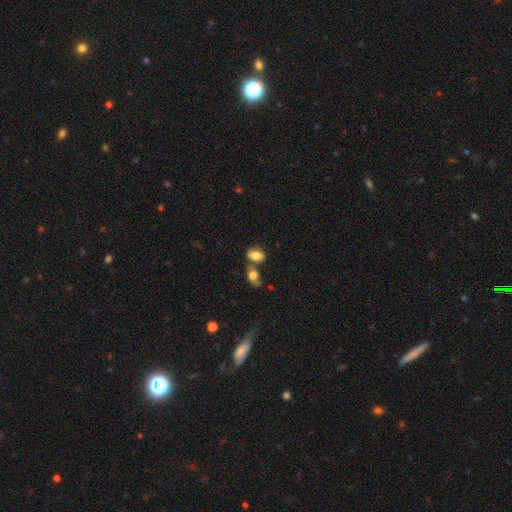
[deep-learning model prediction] Q: Smooth or featured?
A: smooth (80%); runner-up: featured or disk (12%)
Q: How rounded?
A: in between (87%); runner-up: round (11%)
Q: Merging?
A: none (51%); runner-up: merger (33%)